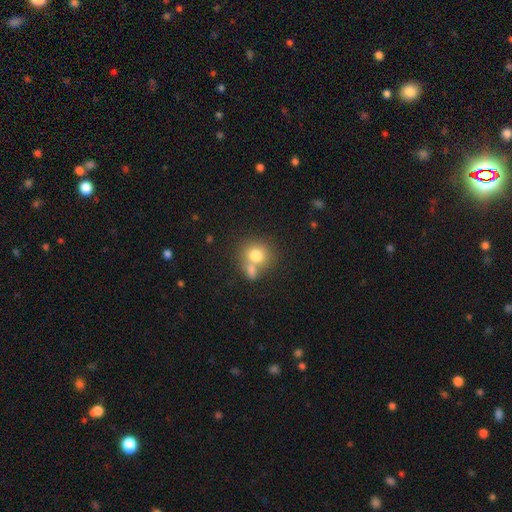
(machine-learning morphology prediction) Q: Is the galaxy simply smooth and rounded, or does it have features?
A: smooth — 75%.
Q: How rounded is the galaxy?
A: round — 75%.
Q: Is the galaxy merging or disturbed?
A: none — 46%.